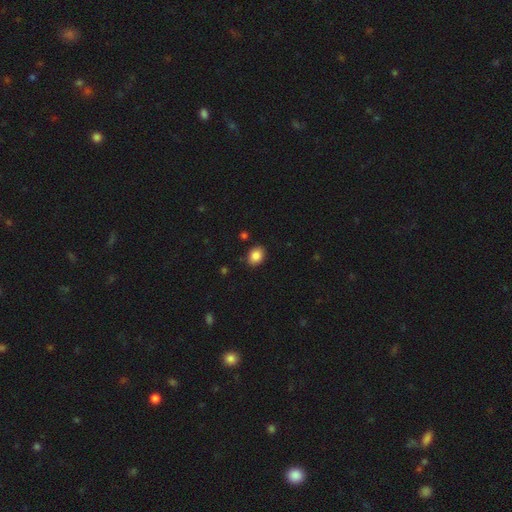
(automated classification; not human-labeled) This is clearly a smooth galaxy (87%). How rounded: possibly in between (58%). Merging: clearly none (86%).